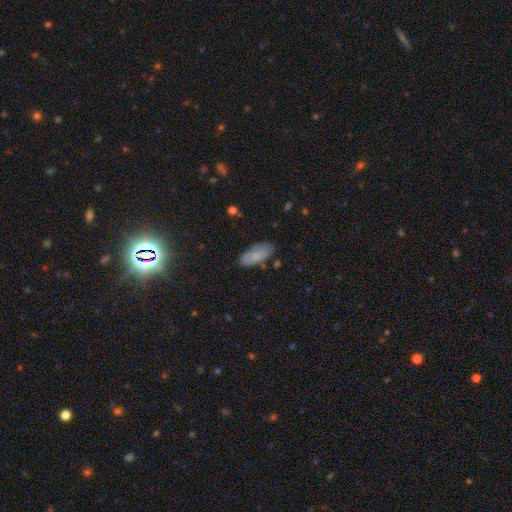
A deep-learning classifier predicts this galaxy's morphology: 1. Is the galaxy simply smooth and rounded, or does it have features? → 79% smooth, 14% featured or disk, 8% star or artifact.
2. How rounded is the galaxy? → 83% in between, 15% cigar-shaped, 2% round.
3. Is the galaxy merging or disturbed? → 77% none, 17% minor disturbance, 4% major disturbance, 2% merger.